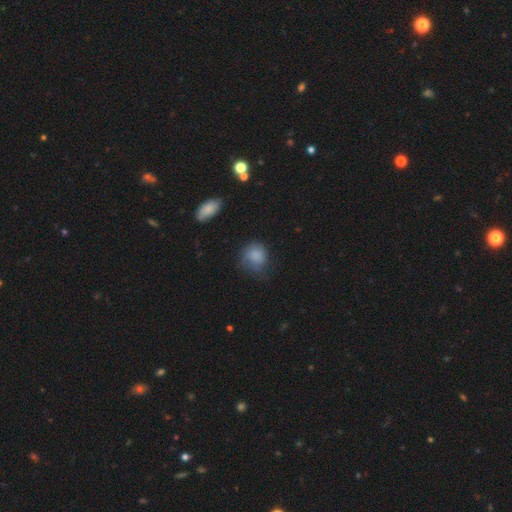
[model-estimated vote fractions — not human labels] smooth 82%, star or artifact 9%, featured or disk 9%. Down the decision tree: how rounded — round (74%); merging — none (52%).